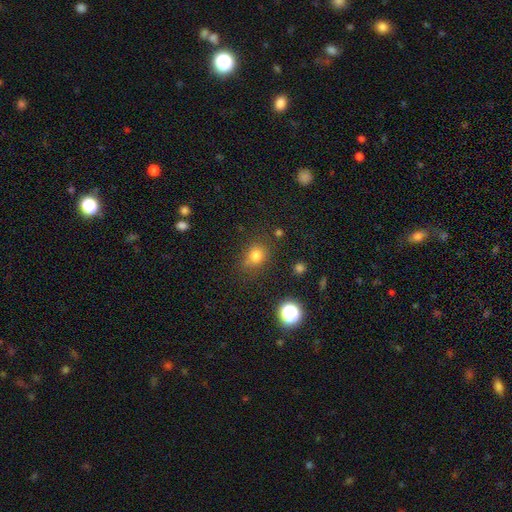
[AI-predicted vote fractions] Morphology: type=smooth (76%); roundness=round (66%); merging=none (72%).